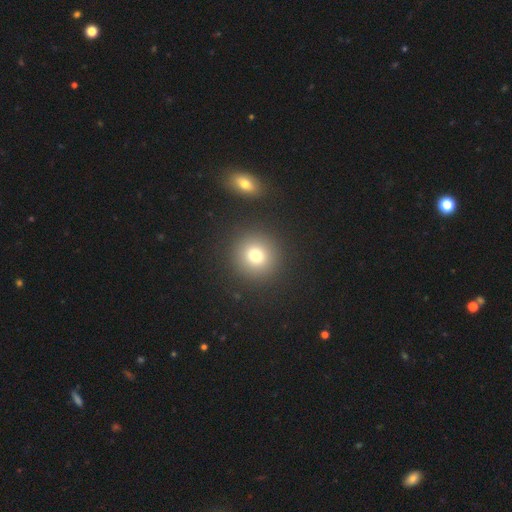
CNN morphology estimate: This is likely a smooth galaxy (75%). How rounded: clearly round (93%). Merging: clearly none (89%).